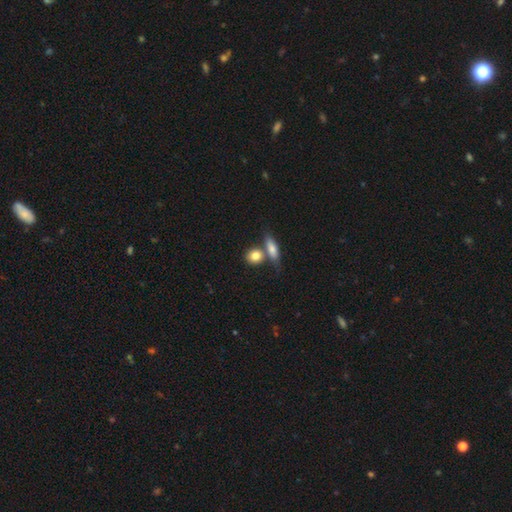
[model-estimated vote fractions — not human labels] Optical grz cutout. It shows a smooth galaxy with no disk features (82%) that is round (58%). Merging: none (51%).